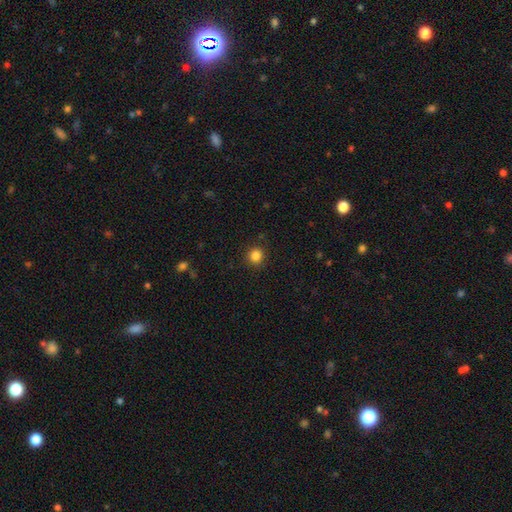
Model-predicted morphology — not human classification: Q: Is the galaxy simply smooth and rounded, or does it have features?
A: smooth — 84%.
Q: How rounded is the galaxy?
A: round — 92%.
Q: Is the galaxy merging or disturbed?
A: none — 91%.